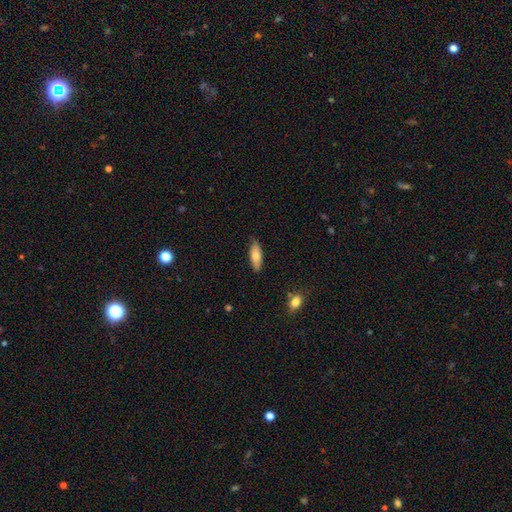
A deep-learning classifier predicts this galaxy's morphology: This appears to be a smooth galaxy with no disk features (77%) that is in between round and cigar-shaped (64%). Merging: none (83%).